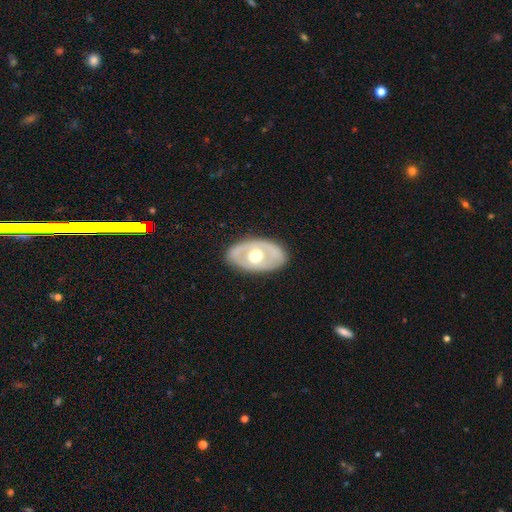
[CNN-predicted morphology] A featured or disk galaxy (57%). Merging: none (81%).